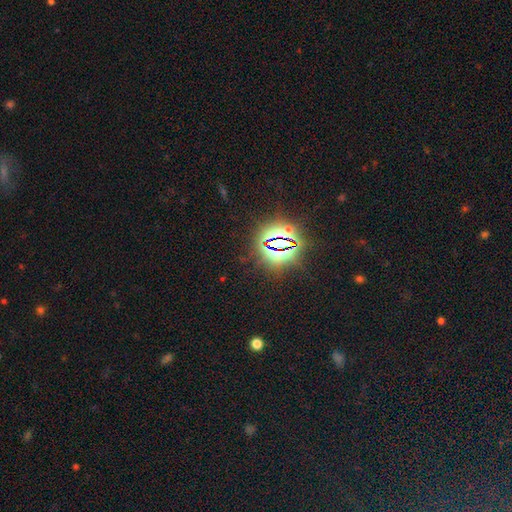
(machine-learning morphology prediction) A star or artifact, not a galaxy (81%).